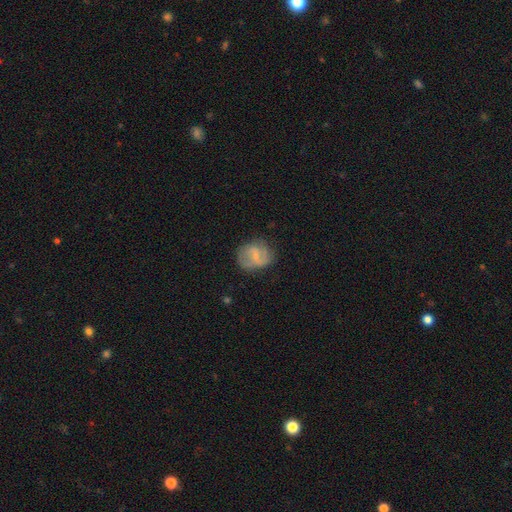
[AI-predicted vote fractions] The model was most divided on "smooth or featured": smooth: 50%, featured or disk: 43%, star or artifact: 7%. More confident: merging — none (59%).